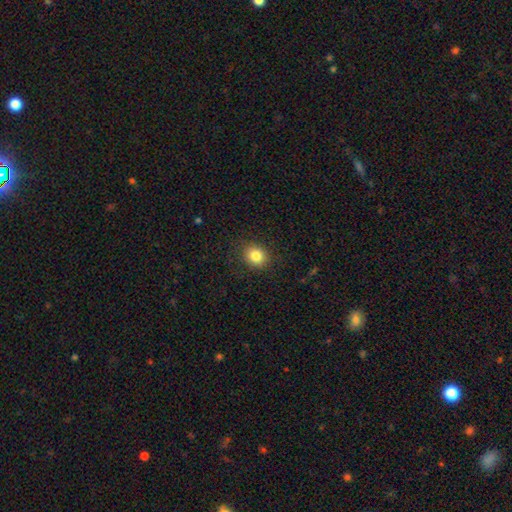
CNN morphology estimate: The model was most divided on "how rounded": round: 69%, in between: 30%, cigar-shaped: 1%. More confident: merging — none (88%); smooth or featured — smooth (83%).